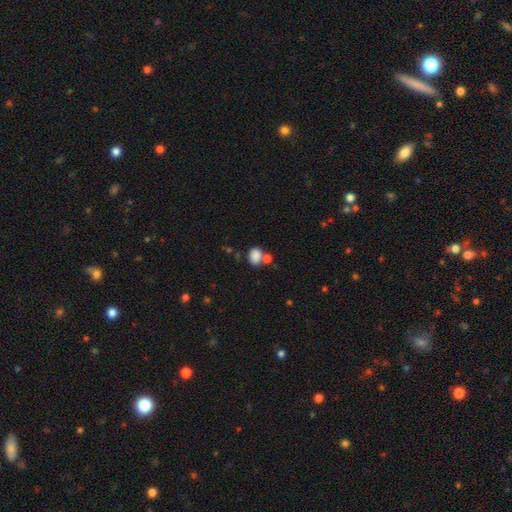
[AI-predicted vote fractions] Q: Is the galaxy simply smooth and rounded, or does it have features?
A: smooth — 84%.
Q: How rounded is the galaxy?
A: in between — 57%.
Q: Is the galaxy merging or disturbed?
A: none — 51%.